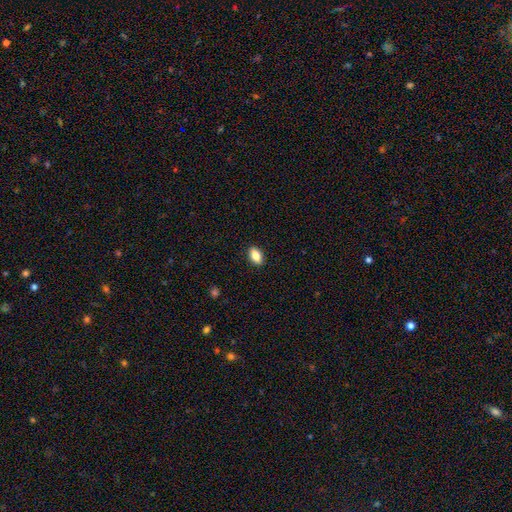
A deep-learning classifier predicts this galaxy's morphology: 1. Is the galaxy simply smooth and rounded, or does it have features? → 81% smooth, 11% featured or disk, 8% star or artifact.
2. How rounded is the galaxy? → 88% in between, 8% round, 4% cigar-shaped.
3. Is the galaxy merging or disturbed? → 90% none, 8% minor disturbance, 2% major disturbance, 1% merger.